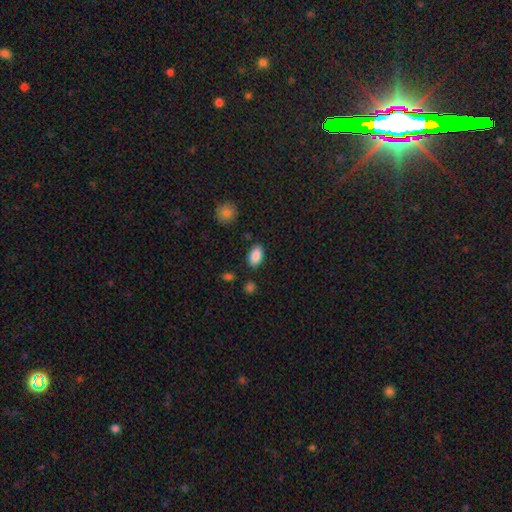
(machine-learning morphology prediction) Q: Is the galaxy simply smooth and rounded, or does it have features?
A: smooth — 87%.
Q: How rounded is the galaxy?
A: in between — 92%.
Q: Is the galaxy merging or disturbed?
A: none — 85%.